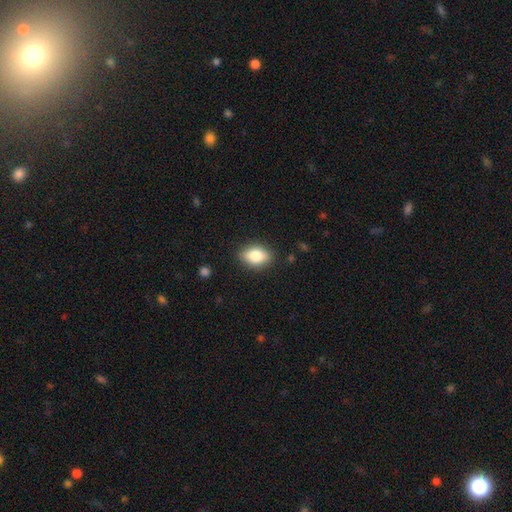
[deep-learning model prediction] Smooth or featured? Predicted: smooth (p=0.79). How rounded? Predicted: in between (p=0.80). Merging? Predicted: none (p=0.86).